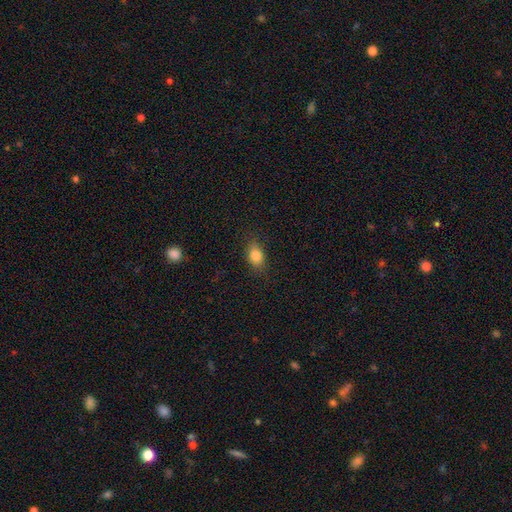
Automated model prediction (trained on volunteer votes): A smooth galaxy with no disk features (83%) that is in between round and cigar-shaped (75%). Merging: none (81%).